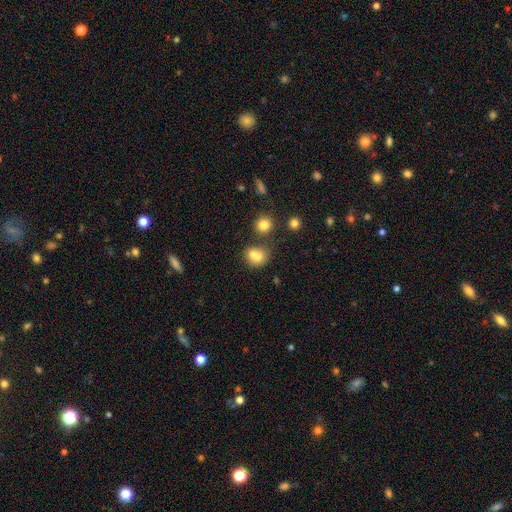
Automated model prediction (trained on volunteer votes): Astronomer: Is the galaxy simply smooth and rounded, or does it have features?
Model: smooth — 72%.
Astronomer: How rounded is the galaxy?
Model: round — 67%.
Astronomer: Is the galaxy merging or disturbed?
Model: merger — 52% (runner-up: none, 35%).